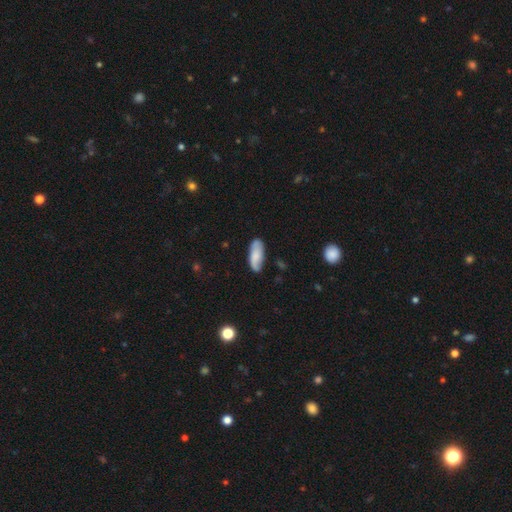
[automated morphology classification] A smooth galaxy with no disk features (70%) that is in between round and cigar-shaped (77%).

Vote fractions:
- Smooth or featured? smooth: 70% / featured or disk: 24% / star or artifact: 6%
- How rounded? in between: 77% / cigar-shaped: 21% / round: 2%
- Merging? none: 77% / minor disturbance: 18% / major disturbance: 4% / merger: 2%